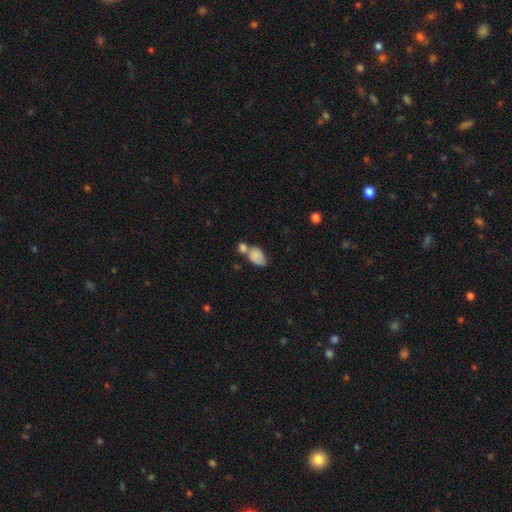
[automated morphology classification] Overall: smooth (80%). How rounded: in between (85%). Merging: merger (51%; none 28%).